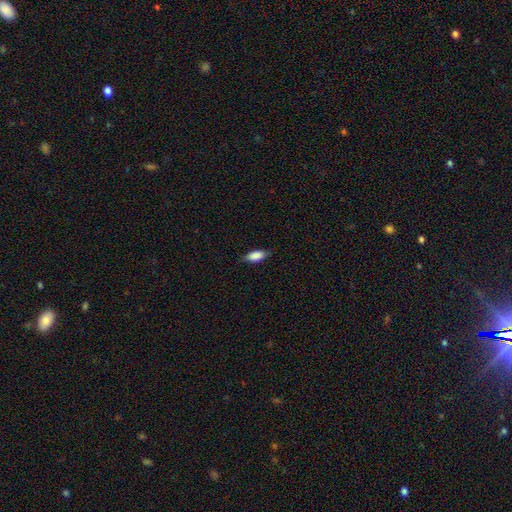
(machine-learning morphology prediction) Q: Smooth or featured?
A: smooth (83%); runner-up: featured or disk (10%)
Q: How rounded?
A: in between (83%); runner-up: cigar-shaped (14%)
Q: Merging?
A: none (76%); runner-up: minor disturbance (19%)